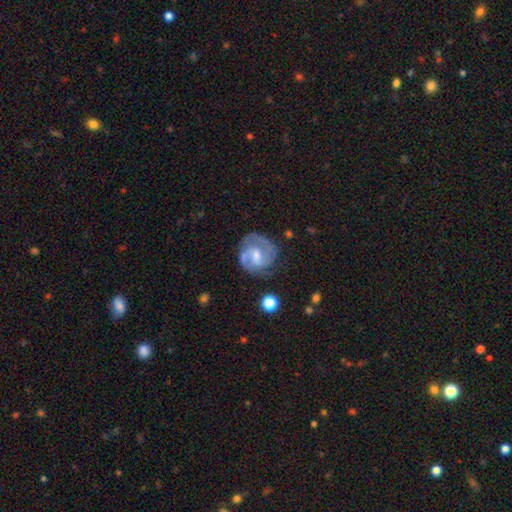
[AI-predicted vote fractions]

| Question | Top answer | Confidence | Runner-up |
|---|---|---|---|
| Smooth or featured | featured or disk | 80% | smooth (14%) |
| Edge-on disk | no | 98% | yes (2%) |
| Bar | weak | 55% | no (29%) |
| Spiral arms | yes | 92% | no (8%) |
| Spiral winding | medium | 48% | tight (37%) |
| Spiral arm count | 2 | 60% | can't tell (16%) |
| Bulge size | moderate | 45% | small (42%) |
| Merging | none | 66% | minor disturbance (20%) |